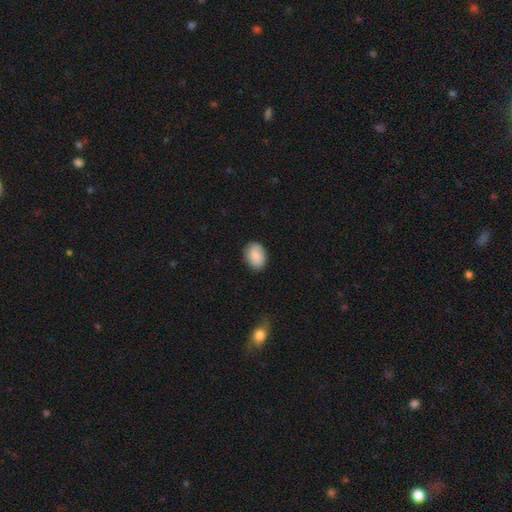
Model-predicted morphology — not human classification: This appears to be a smooth galaxy with no disk features (87%) that is in between round and cigar-shaped (82%). Merging: none (84%).